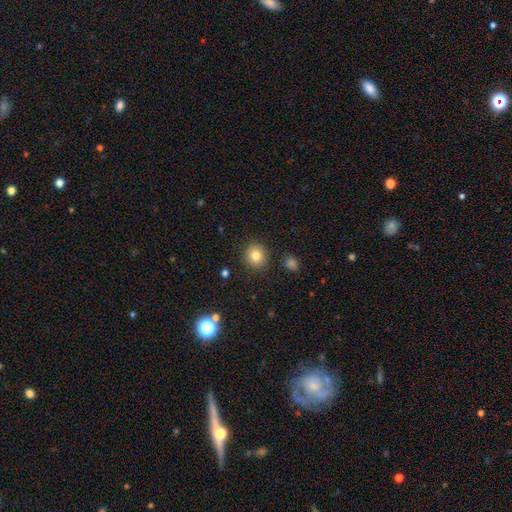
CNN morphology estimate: Smooth or featured?
  - smooth: 82% *
  - star or artifact: 11%
  - featured or disk: 7%
How rounded?
  - round: 90% *
  - in between: 9%
  - cigar-shaped: 1%
Merging?
  - none: 90% *
  - minor disturbance: 6%
  - major disturbance: 2%
  - merger: 2%